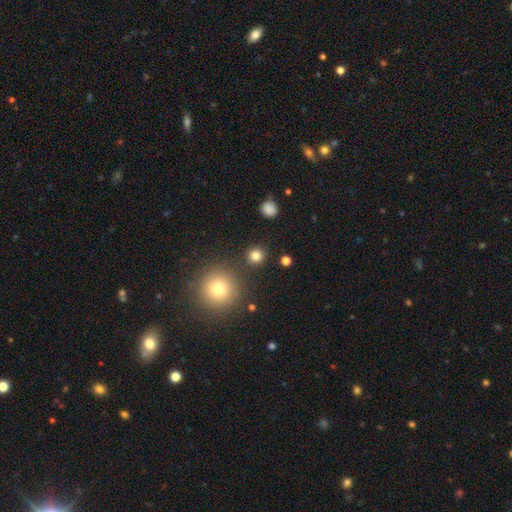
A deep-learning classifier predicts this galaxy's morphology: Smooth or featured? smooth (81%)
How rounded? round (93%)
Merging? none (88%)